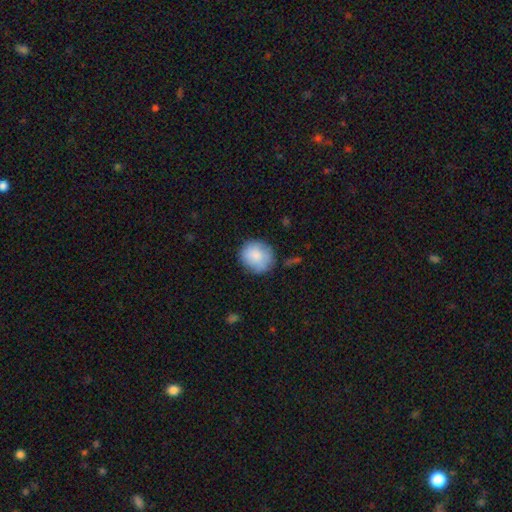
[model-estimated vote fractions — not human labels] smooth 84%, featured or disk 9%, star or artifact 6%. Down the decision tree: how rounded — round (82%); merging — none (77%).